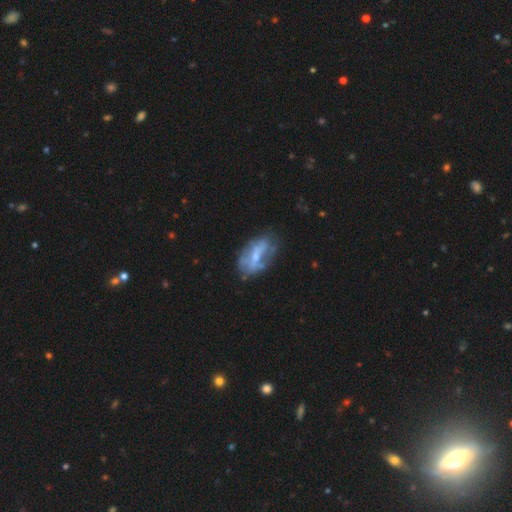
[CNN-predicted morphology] This appears to be a featured or disk galaxy (61%) with no bar (43%), no spiral arms (55%) and a small central bulge (47%). Merging: none (49%).